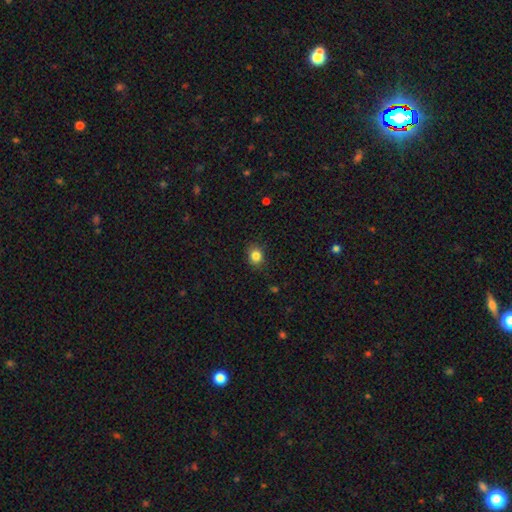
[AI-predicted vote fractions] This is clearly a smooth galaxy (84%). How rounded: likely round (68%). Merging: clearly none (86%).